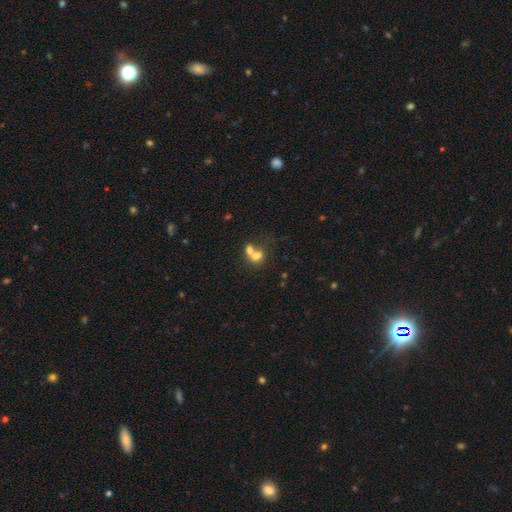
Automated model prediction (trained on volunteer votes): Morphology: type=smooth (66%); roundness=in between (50%); merging=merger (63%).